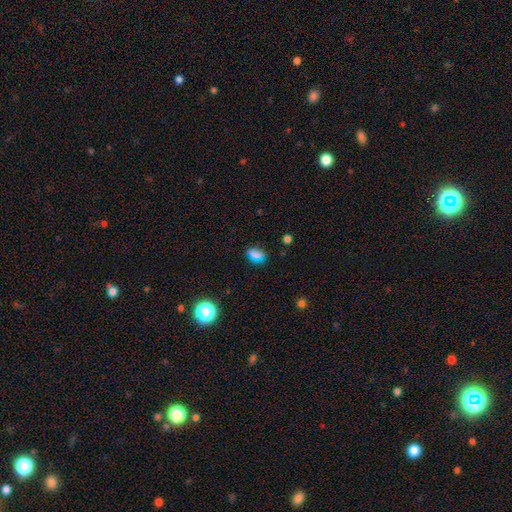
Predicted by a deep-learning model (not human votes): Smooth or featured? smooth (61%)
How rounded? in between (61%)
Merging? none (81%)